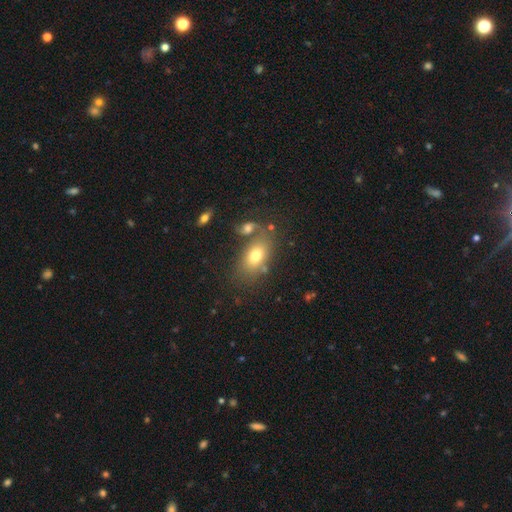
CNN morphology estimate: smooth-or-featured: smooth: 72% | featured or disk: 18% | star or artifact: 10%
  how-rounded: in between: 86% | round: 12% | cigar-shaped: 2%
  merging: none: 60% | merger: 18% | minor disturbance: 14% | major disturbance: 8%